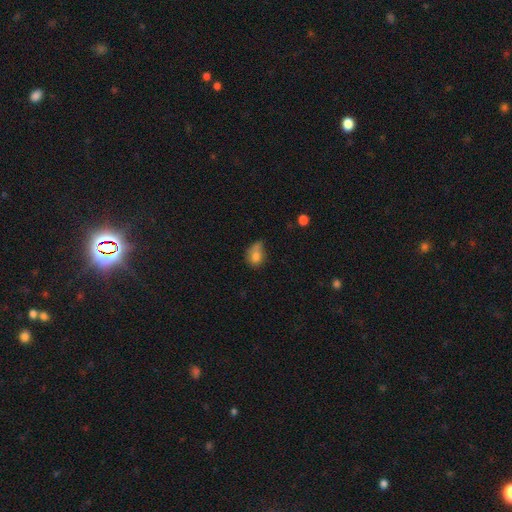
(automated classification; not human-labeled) smooth-or-featured: smooth: 76% | featured or disk: 13% | star or artifact: 10%
  how-rounded: in between: 63% | round: 35% | cigar-shaped: 2%
  merging: minor disturbance: 37% | none: 33% | major disturbance: 19% | merger: 11%